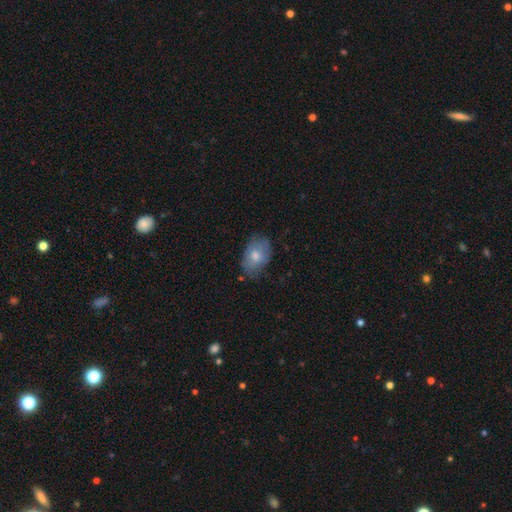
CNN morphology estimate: Smooth or featured: smooth — 72% (featured or disk — 21%)
How rounded: in between — 86% (round — 13%)
Merging: none — 69% (minor disturbance — 24%)